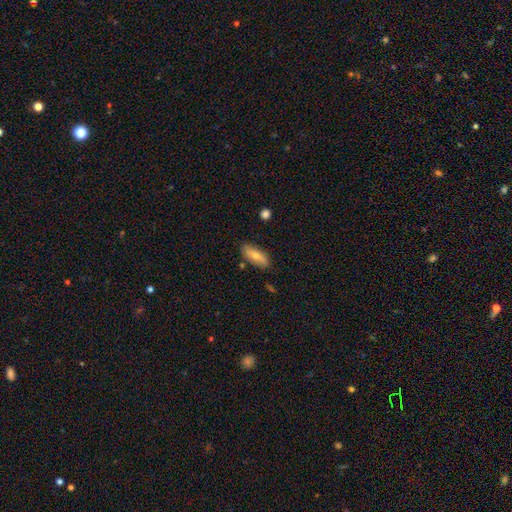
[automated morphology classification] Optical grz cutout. It shows a smooth galaxy with no disk features (71%) that is in between round and cigar-shaped (71%). Merging: none (81%).